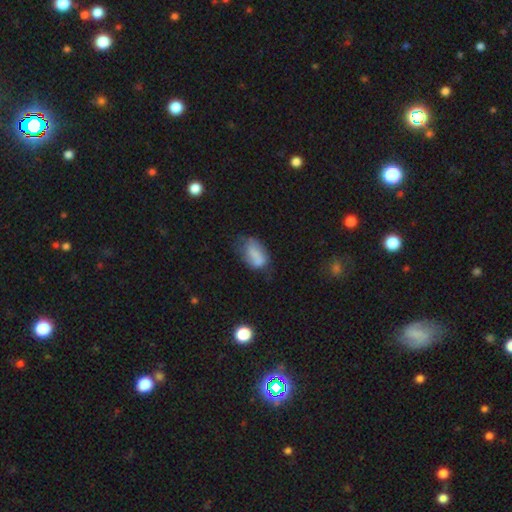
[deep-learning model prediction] Overall: smooth (70%). How rounded: in between (90%). Merging: none (37%; minor disturbance 36%).